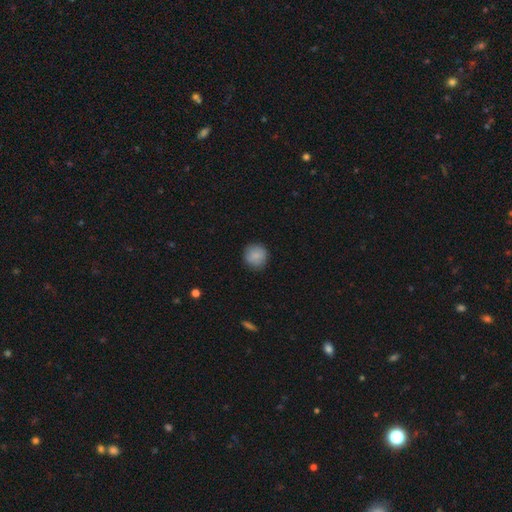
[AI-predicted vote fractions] smooth-or-featured: smooth: 85% | star or artifact: 8% | featured or disk: 7%
  how-rounded: round: 93% | in between: 6% | cigar-shaped: 1%
  merging: none: 87% | minor disturbance: 10% | major disturbance: 2% | merger: 1%